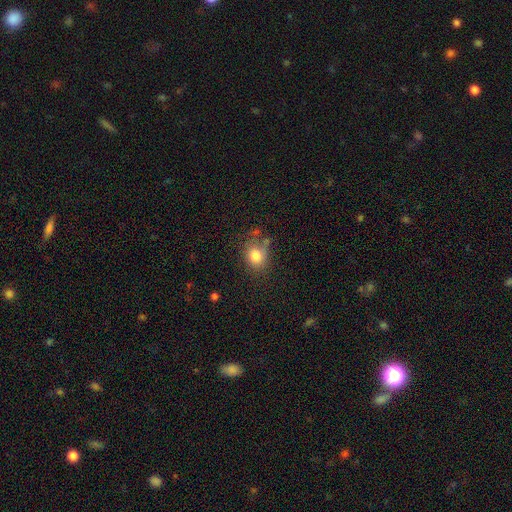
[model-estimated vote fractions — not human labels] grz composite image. It shows a smooth galaxy with no disk features (80%) that is round (58%). Merging: none (60%).